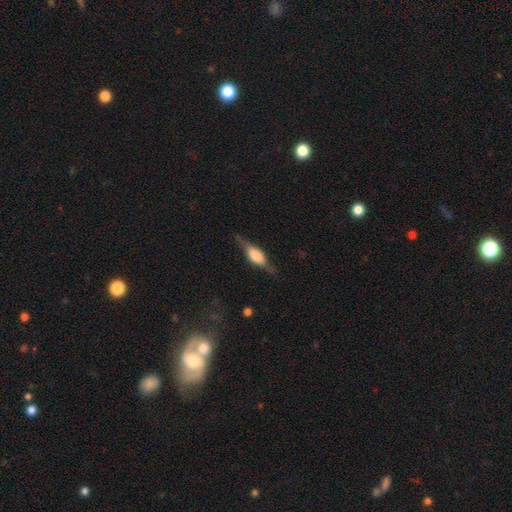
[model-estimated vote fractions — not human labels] smooth_or_featured: featured or disk (p=0.57) [alt: smooth p=0.36]
disk_edge_on: yes (p=0.91) [alt: no p=0.09]
edge_on_bulge: rounded (p=0.71) [alt: boxy p=0.26]
merging: none (p=0.74) [alt: minor disturbance p=0.18]